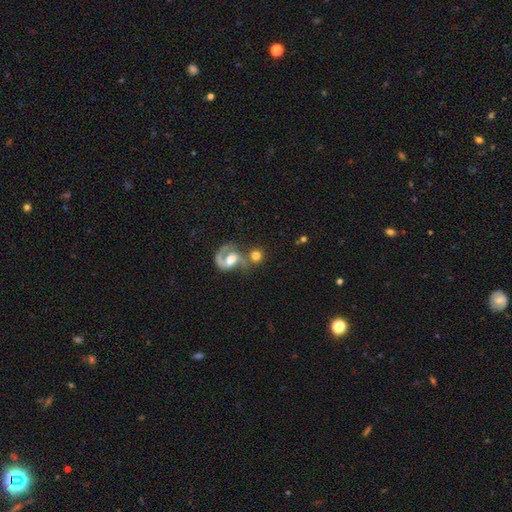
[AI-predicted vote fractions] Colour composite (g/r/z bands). It shows a smooth galaxy with no disk features (62%) that is round (82%). Merging: merger (42%).